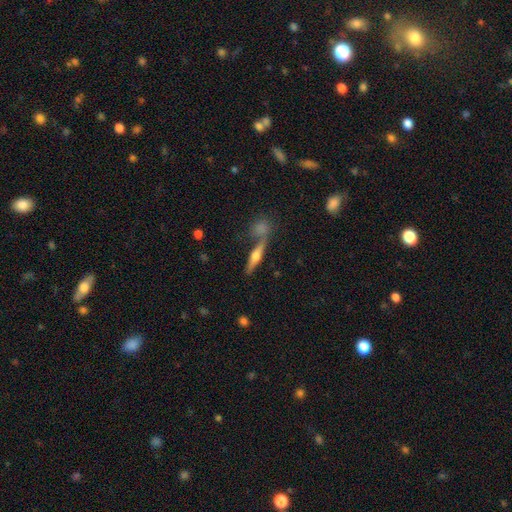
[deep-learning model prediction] smooth_or_featured: featured or disk (p=0.62) [alt: smooth p=0.31]
disk_edge_on: yes (p=0.94) [alt: no p=0.06]
edge_on_bulge: rounded (p=0.93) [alt: boxy p=0.04]
merging: none (p=0.70) [alt: merger p=0.15]